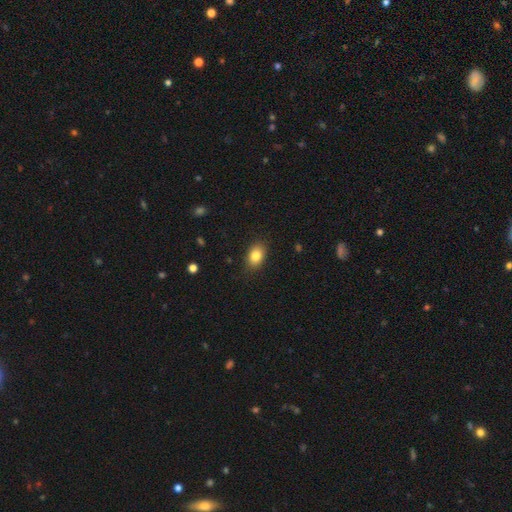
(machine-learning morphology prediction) smooth-or-featured: smooth: 84% | star or artifact: 9% | featured or disk: 7%
  how-rounded: in between: 80% | round: 18% | cigar-shaped: 1%
  merging: none: 86% | minor disturbance: 10% | major disturbance: 2% | merger: 1%